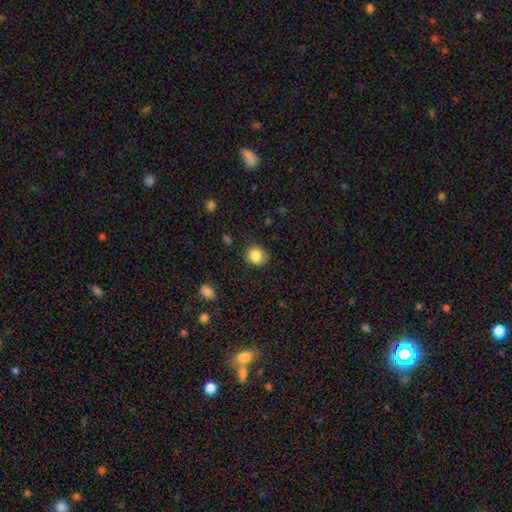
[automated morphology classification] This is clearly a smooth galaxy (86%). How rounded: likely round (70%). Merging: clearly none (86%).